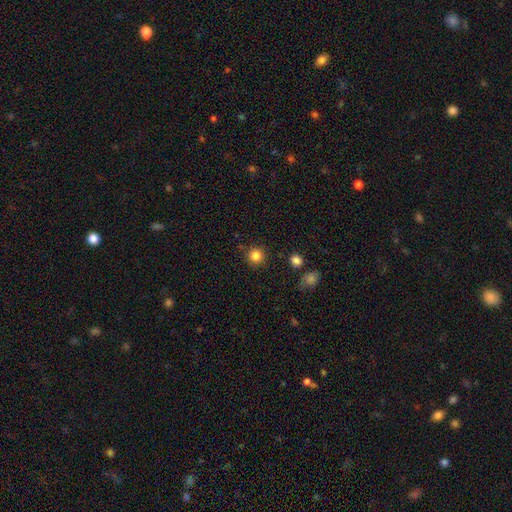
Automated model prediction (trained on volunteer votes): This appears to be a smooth galaxy with no disk features (84%) that is round (94%). Merging: none (89%).